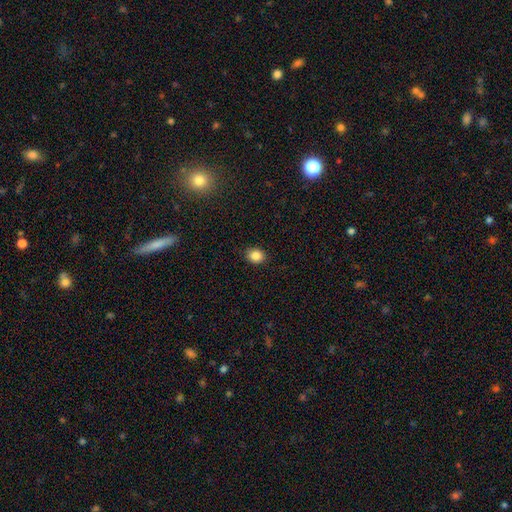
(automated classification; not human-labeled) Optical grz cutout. It shows a smooth galaxy with no disk features (86%) that is round (55%). Merging: none (89%).